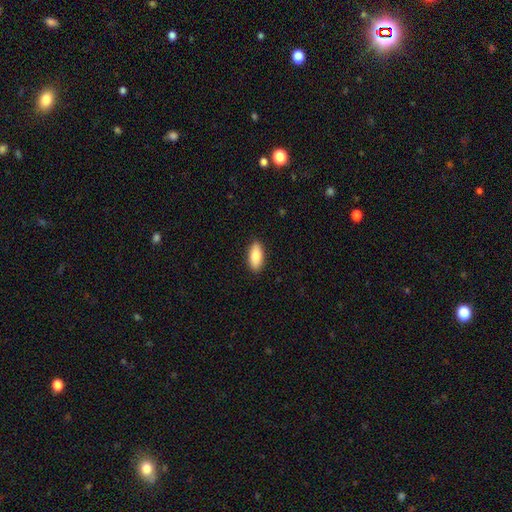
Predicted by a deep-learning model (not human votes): Smooth or featured?
  - smooth: 85% *
  - featured or disk: 9%
  - star or artifact: 6%
How rounded?
  - in between: 87% *
  - cigar-shaped: 11%
  - round: 2%
Merging?
  - none: 89% *
  - minor disturbance: 8%
  - major disturbance: 2%
  - merger: 1%